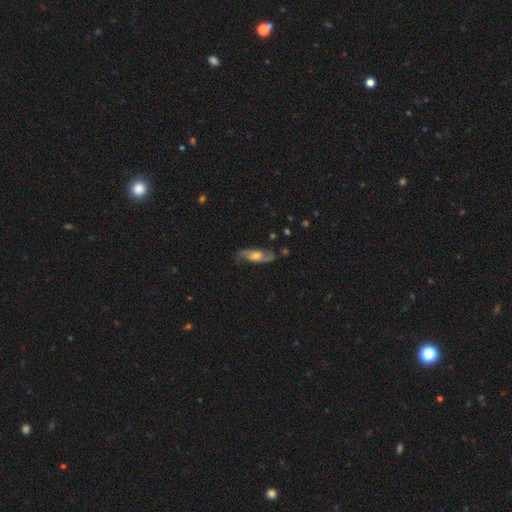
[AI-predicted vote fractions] The model was most divided on "spiral winding": medium: 43%, loose: 40%, tight: 17%. More confident: spiral arms — yes (92%); spiral arm count — 2 (86%); edge-on disk — no (86%); merging — none (74%); smooth or featured — featured or disk (74%); bar — no (62%); bulge size — moderate (58%).